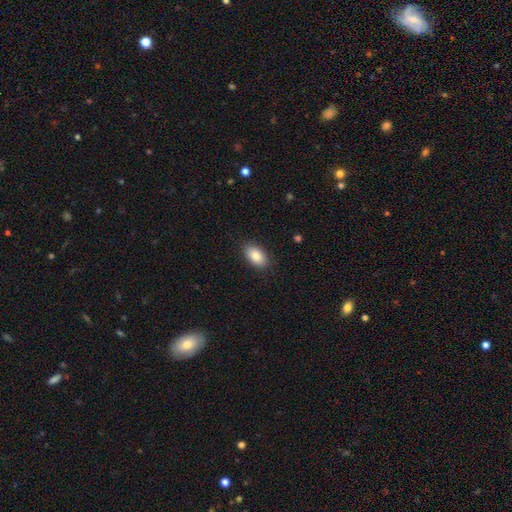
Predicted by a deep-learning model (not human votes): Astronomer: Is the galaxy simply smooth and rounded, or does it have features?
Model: smooth — 85%.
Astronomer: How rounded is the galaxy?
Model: in between — 93%.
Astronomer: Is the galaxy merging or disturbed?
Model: none — 88%.